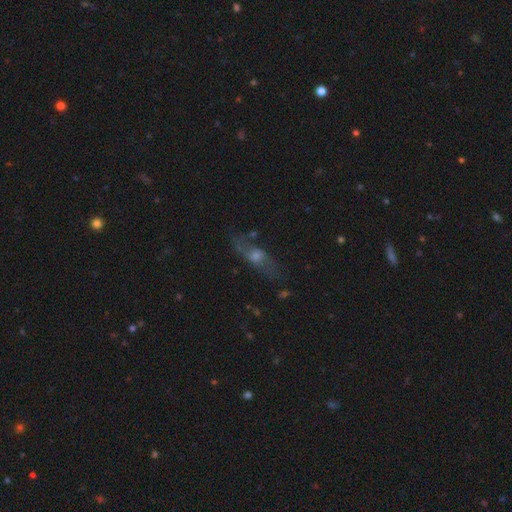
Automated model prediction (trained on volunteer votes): smooth-or-featured: featured or disk: 56% | smooth: 27% | star or artifact: 18%
  disk-edge-on: no: 60% | yes: 40%
  merging: none: 71% | minor disturbance: 17% | major disturbance: 9% | merger: 3%